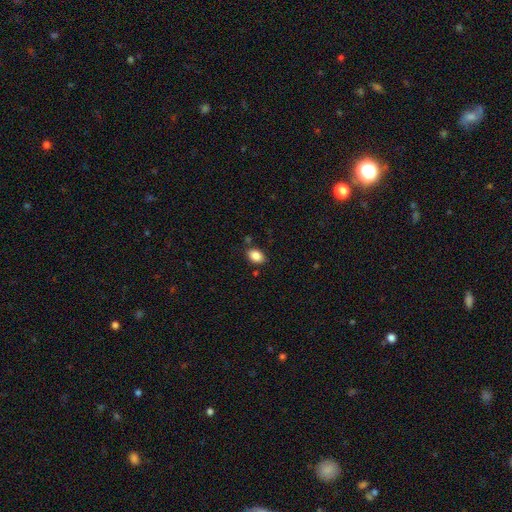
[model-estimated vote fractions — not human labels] Overall: smooth (87%). How rounded: in between (83%). Merging: none (82%).